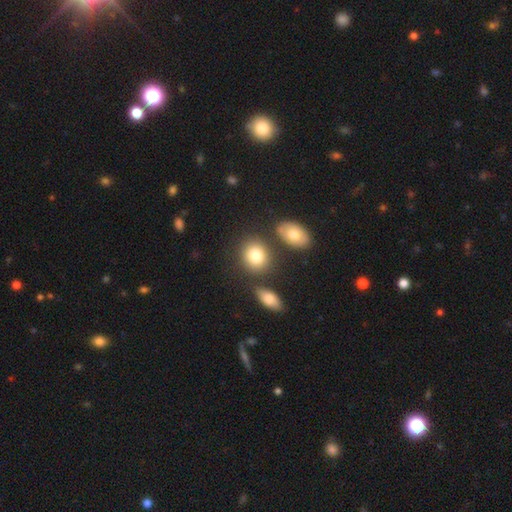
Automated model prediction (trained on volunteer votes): A smooth galaxy with no disk features (81%) that is round (63%). Merging: none (73%).